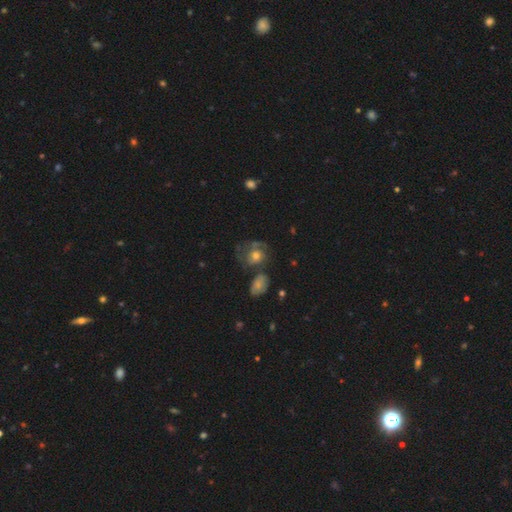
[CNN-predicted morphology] This appears to be a smooth galaxy with no disk features (44%). Merging: none (46%).